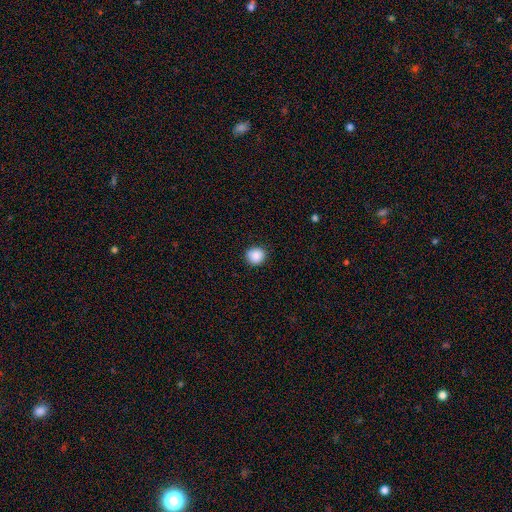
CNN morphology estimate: Smooth or featured? Predicted: smooth (p=0.88). How rounded? Predicted: round (p=0.88). Merging? Predicted: none (p=0.88).